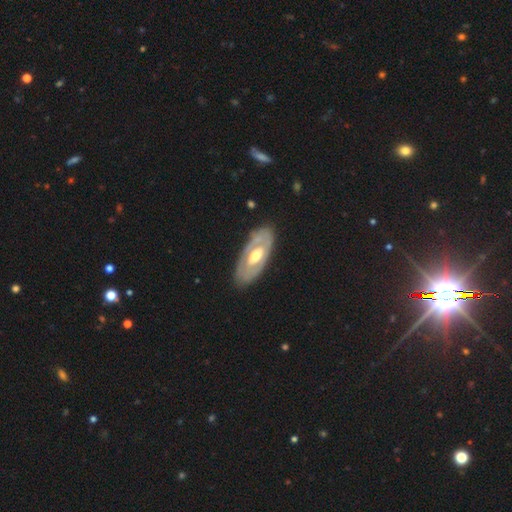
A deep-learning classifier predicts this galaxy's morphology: Smooth or featured?
  - featured or disk: 68% *
  - smooth: 28%
  - star or artifact: 4%
Edge-on disk?
  - no: 86% *
  - yes: 14%
Bar?
  - no: 59% *
  - weak: 28%
  - strong: 13%
Spiral arms?
  - no: 69% *
  - yes: 31%
Bulge size?
  - moderate: 68% *
  - large: 19%
  - small: 10%
  - dominant: 1%
  - none: 1%
Merging?
  - none: 81% *
  - minor disturbance: 14%
  - major disturbance: 4%
  - merger: 1%